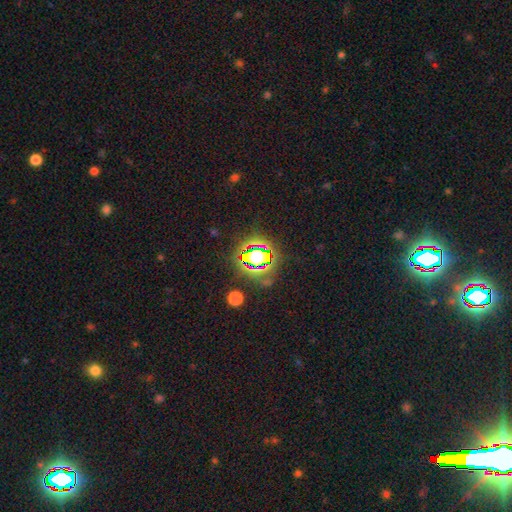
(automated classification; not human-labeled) A star or artifact, not a galaxy (60%).